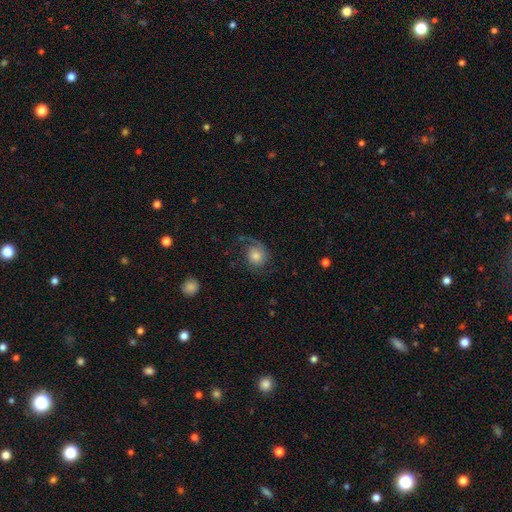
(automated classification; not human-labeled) A featured or disk galaxy (62%) with no bar (75%), 2 (54%) loose (43%) spiral arms (93%) and a moderate central bulge (46%). Merging: none (59%).